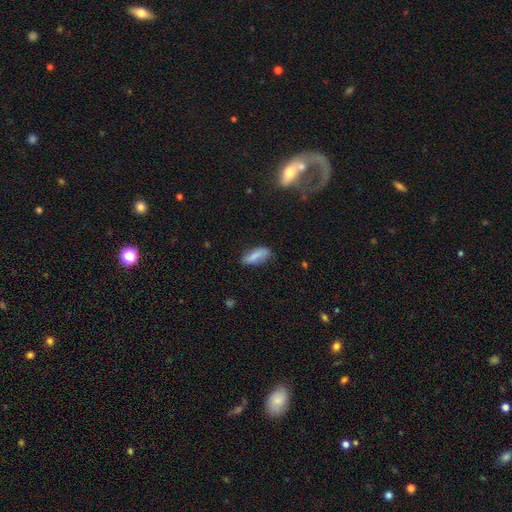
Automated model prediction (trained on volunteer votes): Overall: smooth (79%). How rounded: in between (69%). Merging: none (67%).